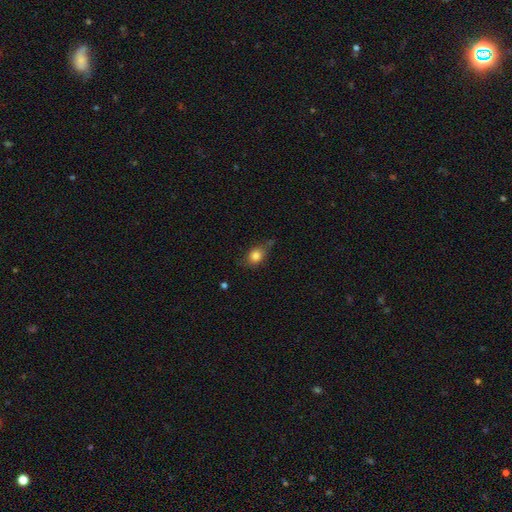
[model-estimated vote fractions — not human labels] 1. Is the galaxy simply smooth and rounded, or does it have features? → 82% smooth, 9% star or artifact, 9% featured or disk.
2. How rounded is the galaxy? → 53% in between, 44% round, 2% cigar-shaped.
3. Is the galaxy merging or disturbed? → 57% none, 30% minor disturbance, 9% major disturbance, 5% merger.